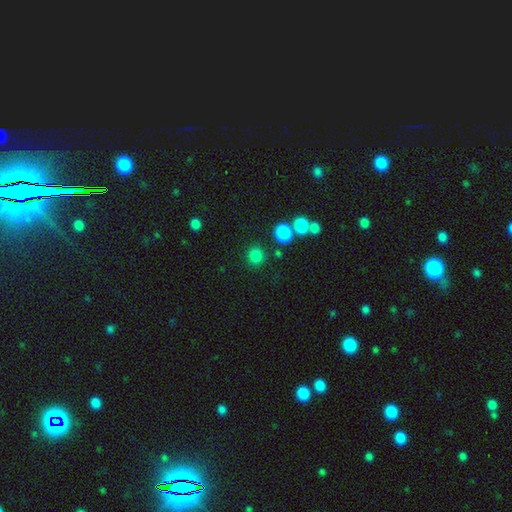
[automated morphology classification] A smooth galaxy with no disk features (83%) that is round (88%).

Vote fractions:
- Smooth or featured? smooth: 83% / star or artifact: 13% / featured or disk: 4%
- How rounded? round: 88% / in between: 11% / cigar-shaped: 1%
- Merging? none: 82% / minor disturbance: 7% / merger: 7% / major disturbance: 3%